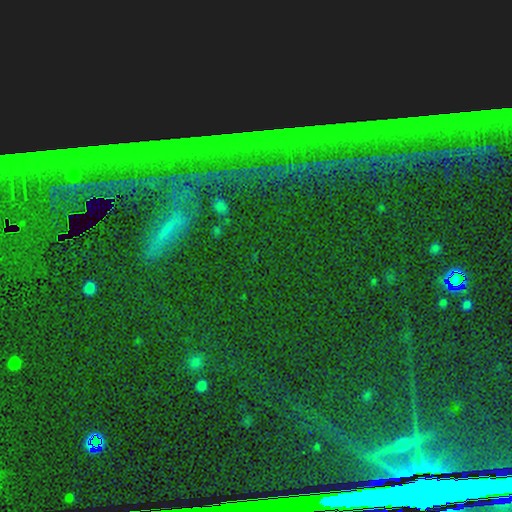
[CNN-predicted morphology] A star or artifact, not a galaxy (80%).

Vote fractions:
- Smooth or featured? star or artifact: 80% / smooth: 10% / featured or disk: 10%